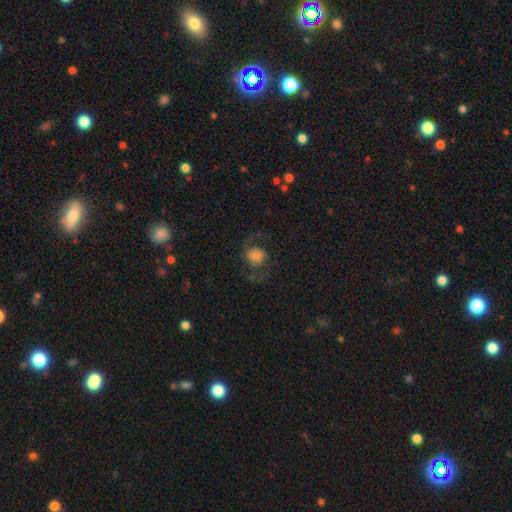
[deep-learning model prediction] Smooth or featured? Predicted: featured or disk (p=0.58). Edge-on disk? Predicted: no (p=0.97). Bar? Predicted: no (p=0.66). Spiral arms? Predicted: yes (p=0.88). Bulge size? Predicted: moderate (p=0.37). Merging? Predicted: none (p=0.66).